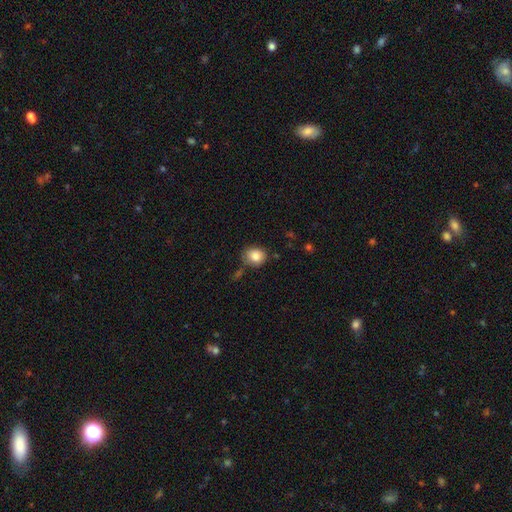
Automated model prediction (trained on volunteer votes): A smooth galaxy with no disk features (85%) that is round (66%).

Vote fractions:
- Smooth or featured? smooth: 85% / star or artifact: 9% / featured or disk: 6%
- How rounded? round: 66% / in between: 33% / cigar-shaped: 1%
- Merging? none: 73% / minor disturbance: 17% / merger: 6% / major disturbance: 4%